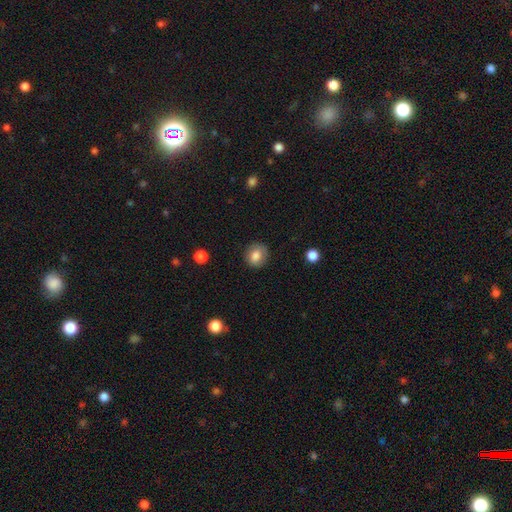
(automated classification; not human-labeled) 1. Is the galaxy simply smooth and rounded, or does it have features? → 82% smooth, 9% featured or disk, 9% star or artifact.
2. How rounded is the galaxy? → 83% round, 16% in between, 1% cigar-shaped.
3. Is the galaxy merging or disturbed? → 86% none, 10% minor disturbance, 3% major disturbance, 1% merger.